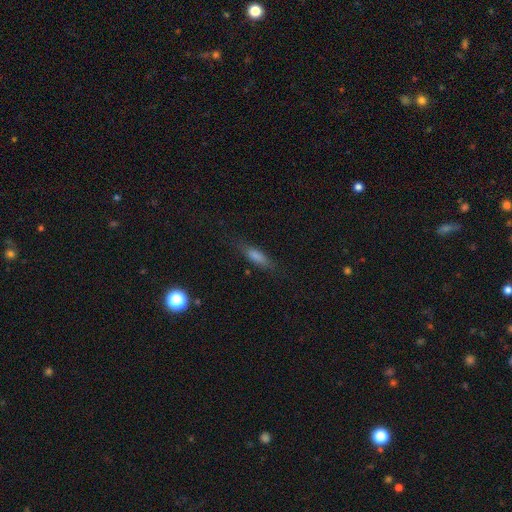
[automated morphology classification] smooth-or-featured: smooth: 64% | featured or disk: 24% | star or artifact: 12%
  how-rounded: cigar-shaped: 67% | in between: 29% | round: 3%
  merging: none: 79% | minor disturbance: 15% | major disturbance: 5% | merger: 2%